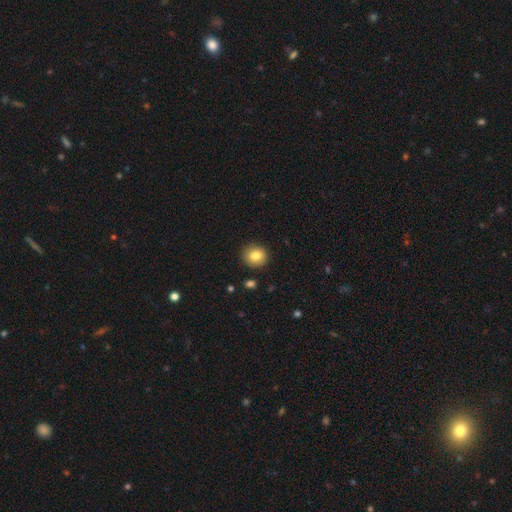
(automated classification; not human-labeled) Q: Smooth or featured?
A: smooth (82%); runner-up: star or artifact (9%)
Q: How rounded?
A: round (85%); runner-up: in between (14%)
Q: Merging?
A: none (88%); runner-up: minor disturbance (8%)